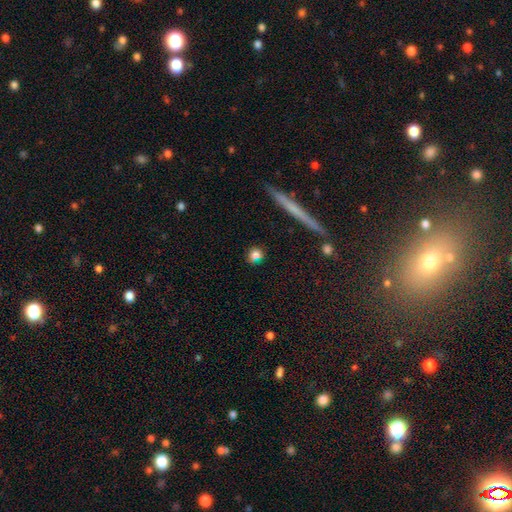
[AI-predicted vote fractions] This is likely a smooth galaxy (79%). How rounded: likely round (72%). Merging: clearly none (81%).